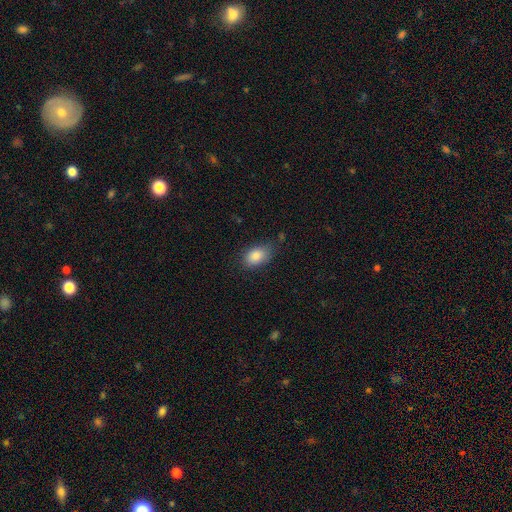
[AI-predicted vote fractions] Smooth or featured: smooth — 84% (star or artifact — 9%)
How rounded: in between — 86% (round — 12%)
Merging: none — 74% (minor disturbance — 20%)